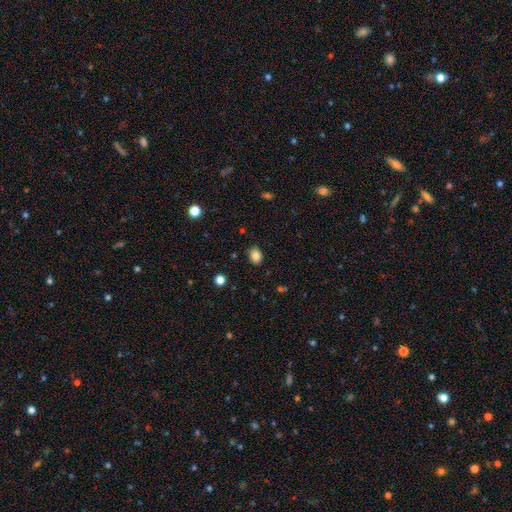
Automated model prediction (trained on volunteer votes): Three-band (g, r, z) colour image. It shows a smooth galaxy with no disk features (85%) that is in between round and cigar-shaped (65%). Merging: none (87%).